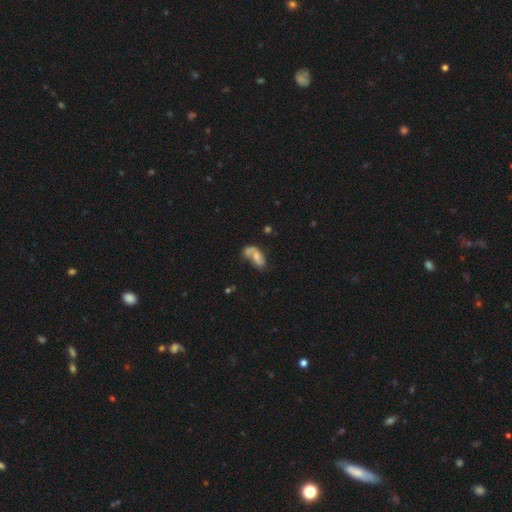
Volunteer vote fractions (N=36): A smooth galaxy with no disk features (50%) that is in between round and cigar-shaped (100%).

Vote fractions:
- Smooth or featured? smooth: 50% / featured or disk: 44% / star or artifact: 6%
- How rounded? in between: 100% / round: 0% / cigar-shaped: 0%
- Merging? none: 47% / merger: 29% / minor disturbance: 12% / major disturbance: 12%